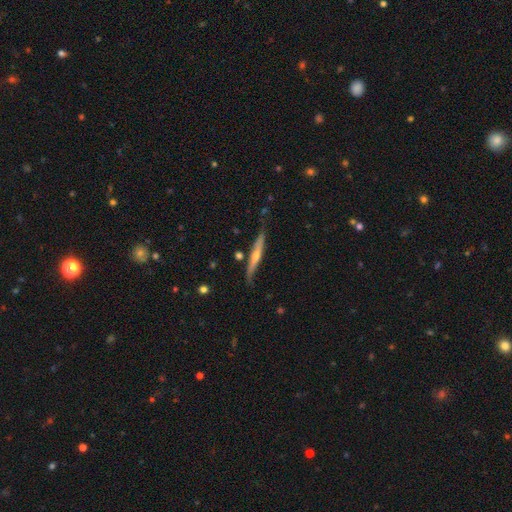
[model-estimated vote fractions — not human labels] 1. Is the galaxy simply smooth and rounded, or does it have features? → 66% featured or disk, 29% smooth, 6% star or artifact.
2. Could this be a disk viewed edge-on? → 95% yes, 5% no.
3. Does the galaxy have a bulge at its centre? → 77% rounded, 19% none, 4% boxy.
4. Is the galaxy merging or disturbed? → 78% none, 16% minor disturbance, 3% merger, 3% major disturbance.